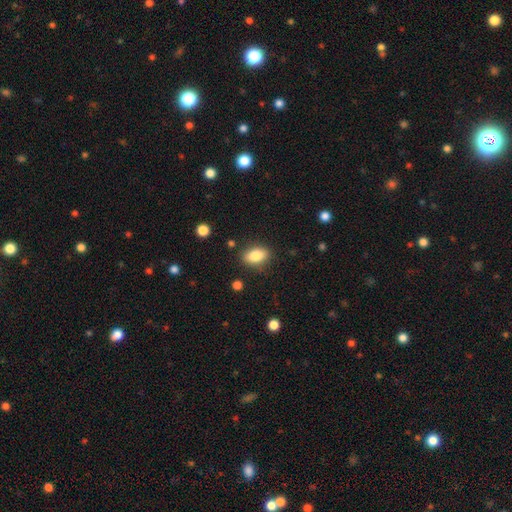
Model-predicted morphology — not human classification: This appears to be a smooth galaxy with no disk features (83%) that is in between round and cigar-shaped (85%). Merging: none (85%).